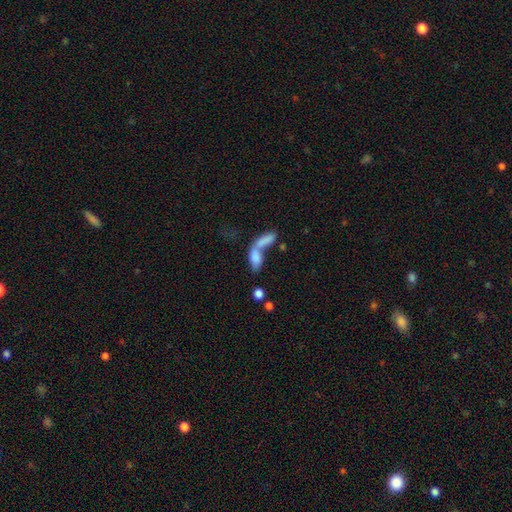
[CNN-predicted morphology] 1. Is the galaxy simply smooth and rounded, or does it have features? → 75% smooth, 16% featured or disk, 9% star or artifact.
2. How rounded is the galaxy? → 79% in between, 16% cigar-shaped, 5% round.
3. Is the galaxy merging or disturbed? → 71% merger, 16% none, 7% major disturbance, 6% minor disturbance.